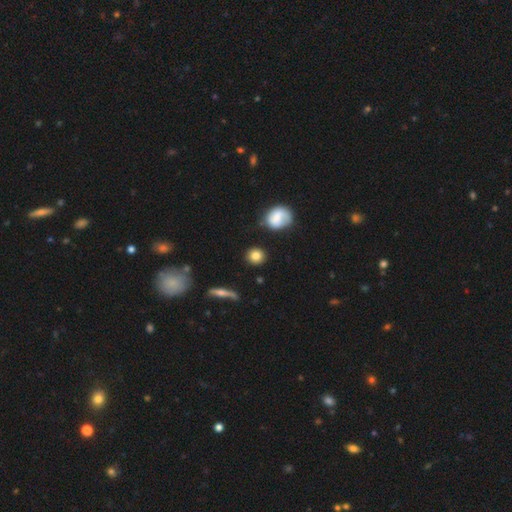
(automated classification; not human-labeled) Morphology: type=smooth (81%); roundness=round (86%); merging=none (85%).